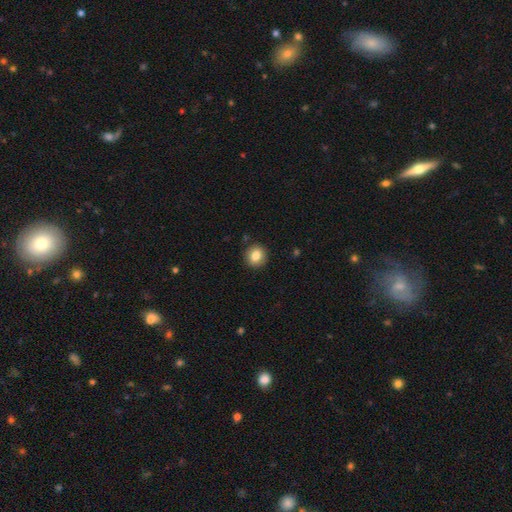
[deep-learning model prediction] smooth_or_featured: smooth (p=0.83) [alt: star or artifact p=0.09]
how_rounded: round (p=0.87) [alt: in between p=0.12]
merging: none (p=0.91) [alt: minor disturbance p=0.06]